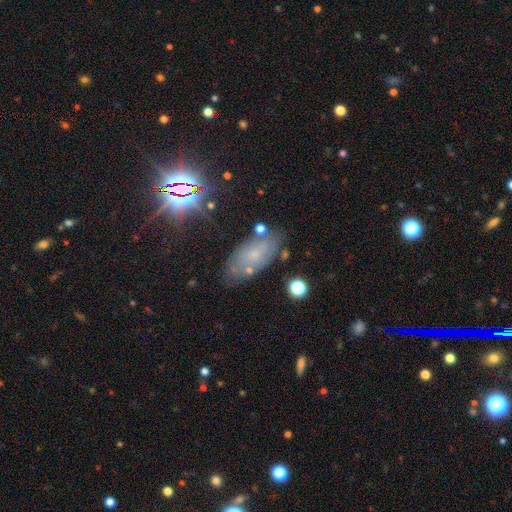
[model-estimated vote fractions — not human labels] A smooth galaxy with no disk features (36%, tied with featured or disk). Merging: none (73%).